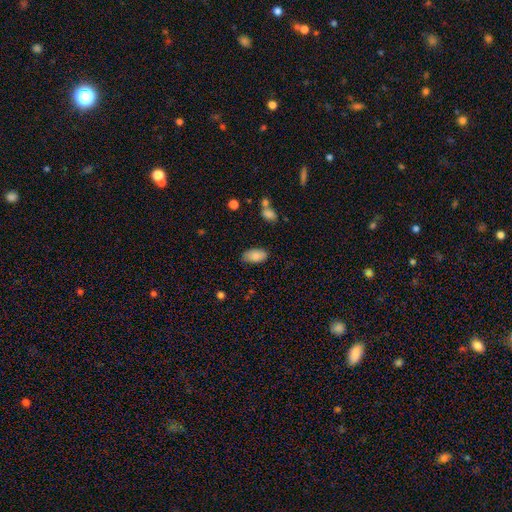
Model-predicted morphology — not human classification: type=smooth (87%); roundness=in between (94%); merging=none (78%).